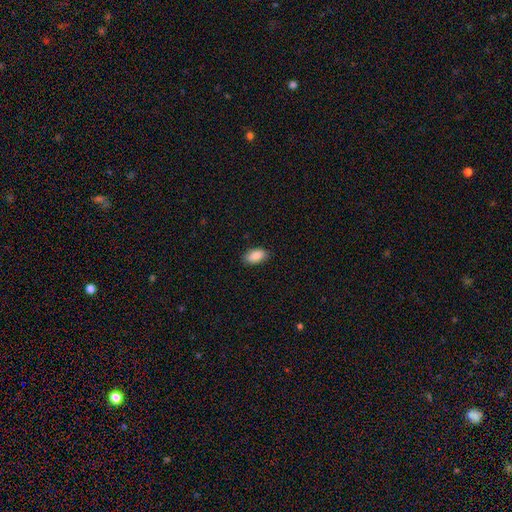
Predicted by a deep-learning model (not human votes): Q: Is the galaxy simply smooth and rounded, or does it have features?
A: smooth — 90%.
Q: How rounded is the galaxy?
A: in between — 93%.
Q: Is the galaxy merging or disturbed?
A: none — 87%.